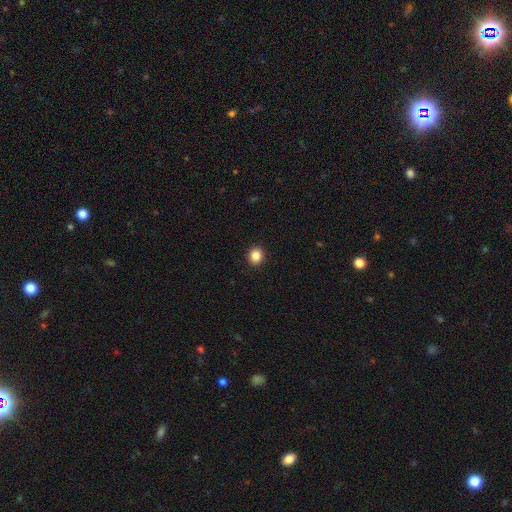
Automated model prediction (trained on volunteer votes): smooth-or-featured: smooth: 87% | star or artifact: 10% | featured or disk: 3%
  how-rounded: round: 82% | in between: 17% | cigar-shaped: 1%
  merging: none: 92% | minor disturbance: 5% | major disturbance: 2% | merger: 1%